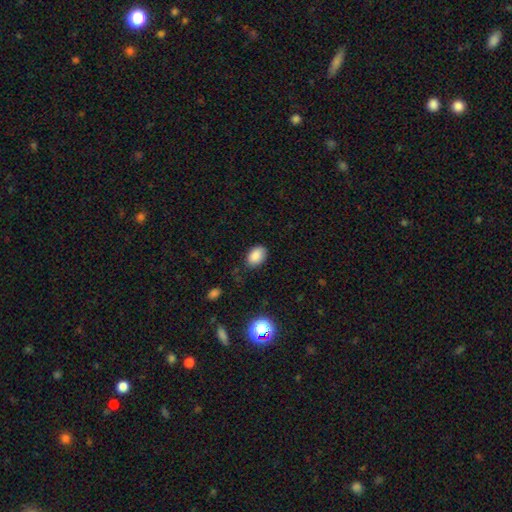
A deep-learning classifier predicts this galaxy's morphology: Smooth or featured: smooth — 86% (star or artifact — 9%)
How rounded: in between — 87% (round — 12%)
Merging: none — 80% (minor disturbance — 15%)